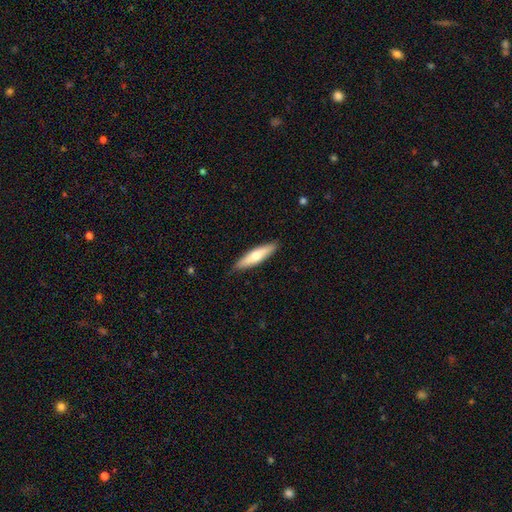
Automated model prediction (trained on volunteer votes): smooth-or-featured: smooth: 62% | featured or disk: 33% | star or artifact: 5%
  how-rounded: cigar-shaped: 74% | in between: 24% | round: 2%
  merging: none: 88% | minor disturbance: 10% | major disturbance: 2% | merger: 1%